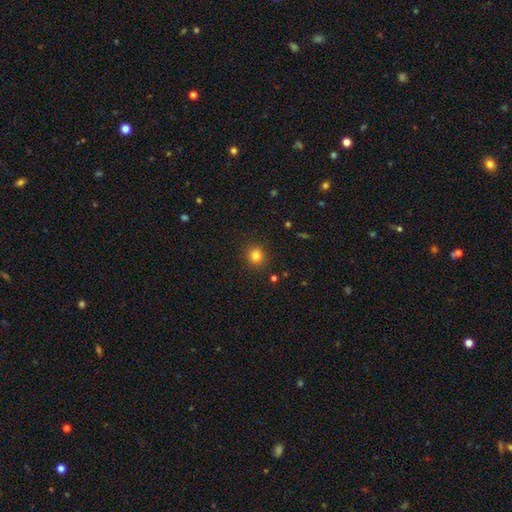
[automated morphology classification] Smooth or featured: smooth — 82% (star or artifact — 12%)
How rounded: round — 81% (in between — 18%)
Merging: none — 90% (minor disturbance — 7%)